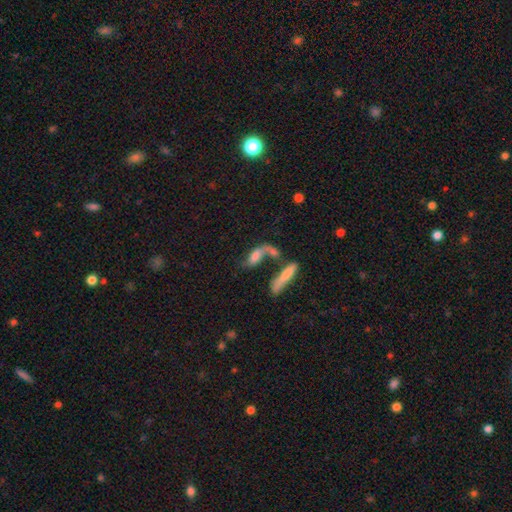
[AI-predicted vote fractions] Q: Smooth or featured?
A: smooth (52%); runner-up: featured or disk (38%)
Q: How rounded?
A: in between (48%); runner-up: cigar-shaped (47%)
Q: Merging?
A: merger (51%); runner-up: none (24%)